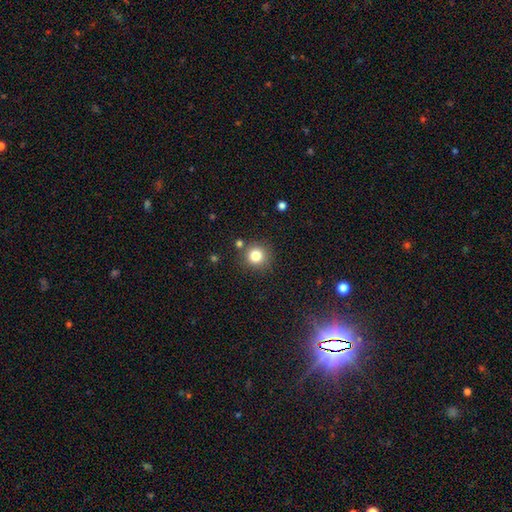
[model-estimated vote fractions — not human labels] A smooth galaxy with no disk features (81%) that is round (93%). Merging: none (83%).